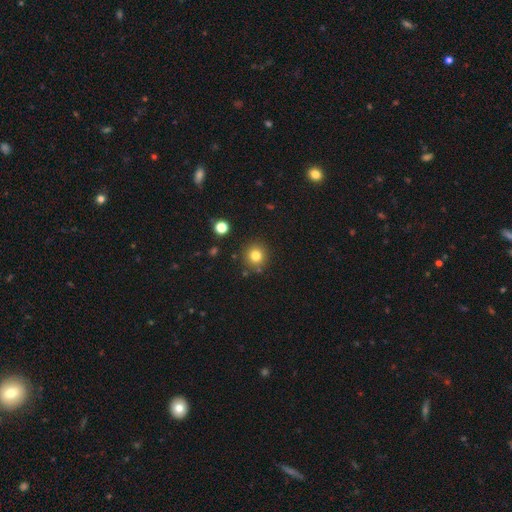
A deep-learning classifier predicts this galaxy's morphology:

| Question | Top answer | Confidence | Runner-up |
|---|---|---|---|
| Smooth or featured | smooth | 80% | star or artifact (13%) |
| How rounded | round | 92% | in between (7%) |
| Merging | none | 86% | minor disturbance (7%) |